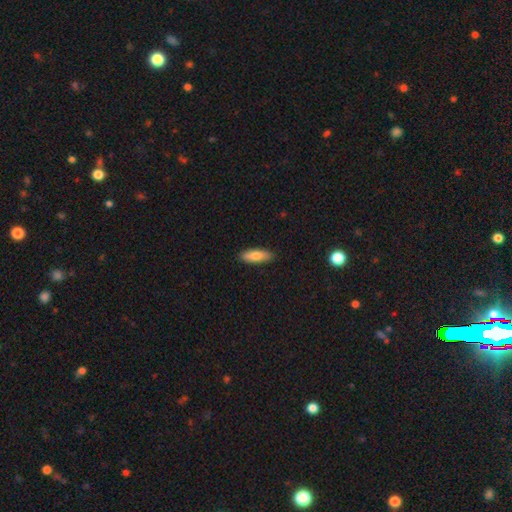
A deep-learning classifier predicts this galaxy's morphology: This is likely a smooth galaxy (78%). How rounded: possibly in between (58%). Merging: clearly none (88%).